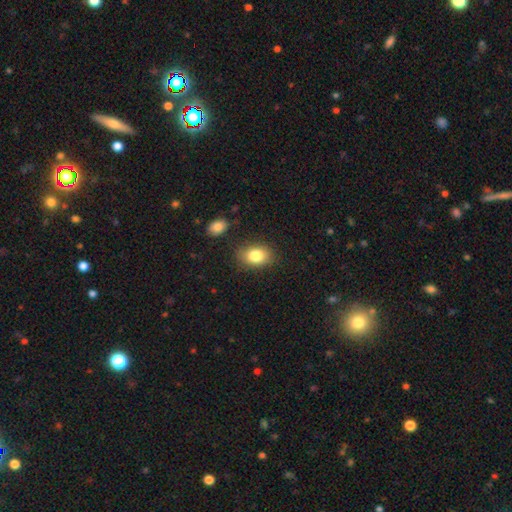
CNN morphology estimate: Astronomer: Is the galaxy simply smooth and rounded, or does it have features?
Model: smooth — 82%.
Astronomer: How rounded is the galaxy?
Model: in between — 77%.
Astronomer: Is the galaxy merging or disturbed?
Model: none — 83%.